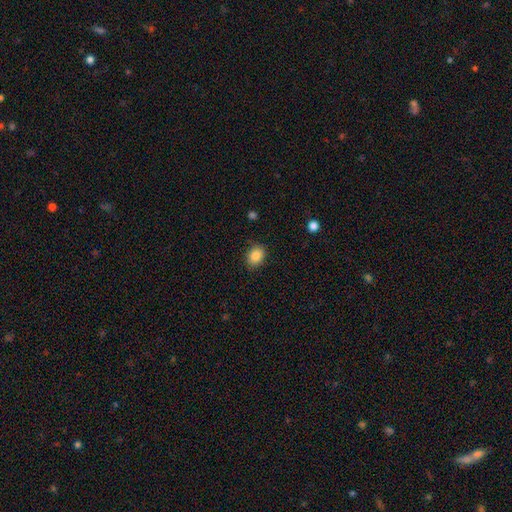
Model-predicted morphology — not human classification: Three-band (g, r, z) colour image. It shows a smooth galaxy with no disk features (87%) that is in between round and cigar-shaped (57%). Merging: none (85%).